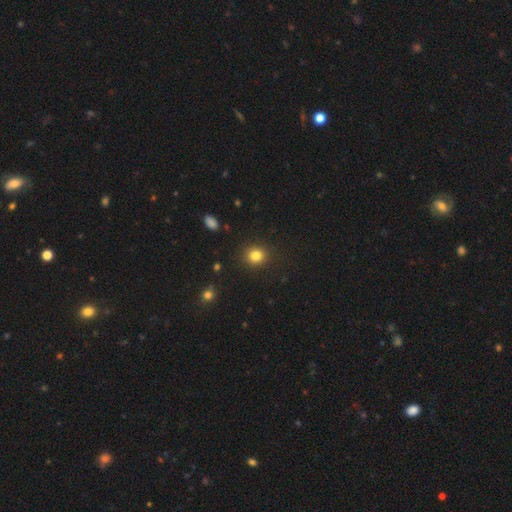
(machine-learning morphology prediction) Smooth or featured: smooth — 83% (star or artifact — 12%)
How rounded: round — 82% (in between — 17%)
Merging: none — 90% (minor disturbance — 6%)